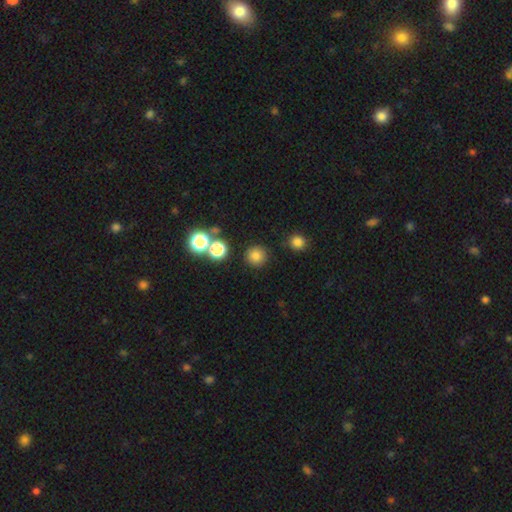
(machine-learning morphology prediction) Smooth or featured? Predicted: smooth (p=0.77). How rounded? Predicted: round (p=0.94). Merging? Predicted: none (p=0.87).